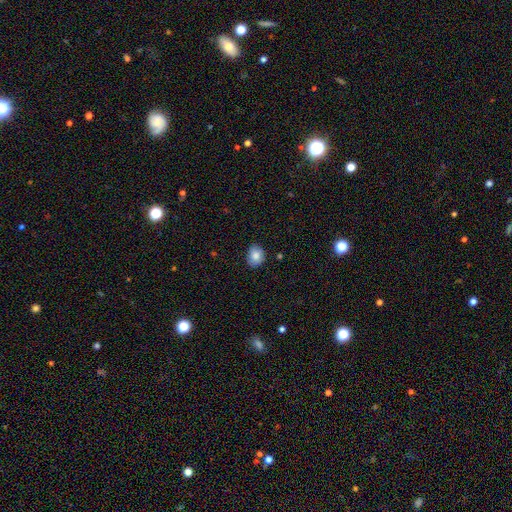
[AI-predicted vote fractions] Overall: smooth (85%). How rounded: round (50%, tied with in between). Merging: none (84%).